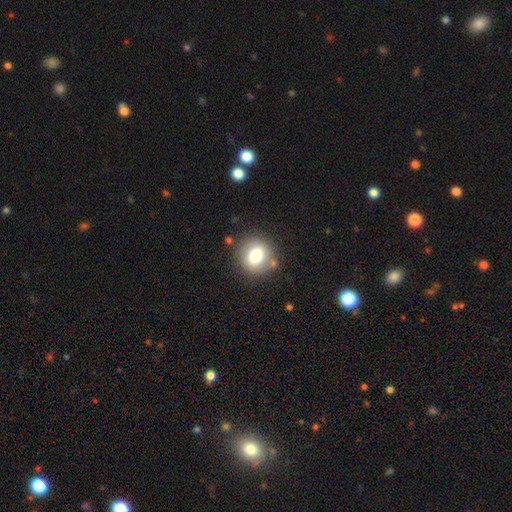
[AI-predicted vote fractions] smooth_or_featured: smooth (p=0.77) [alt: featured or disk p=0.13]
how_rounded: round (p=0.86) [alt: in between p=0.13]
merging: none (p=0.82) [alt: minor disturbance p=0.10]